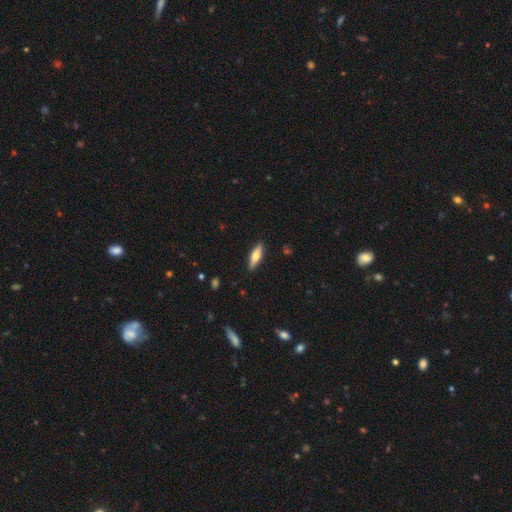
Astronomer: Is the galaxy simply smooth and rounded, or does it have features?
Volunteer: smooth — 50% (runner-up: featured or disk, 45%).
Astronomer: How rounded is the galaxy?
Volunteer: cigar-shaped — 65%.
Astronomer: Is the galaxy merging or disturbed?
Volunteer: none — 97%.